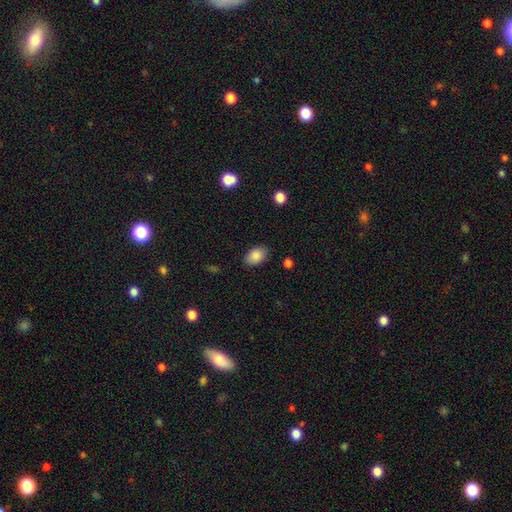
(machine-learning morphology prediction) The model was most divided on "merging": none: 85%, minor disturbance: 11%, major disturbance: 3%, merger: 1%. More confident: how rounded — in between (87%); smooth or featured — smooth (87%).